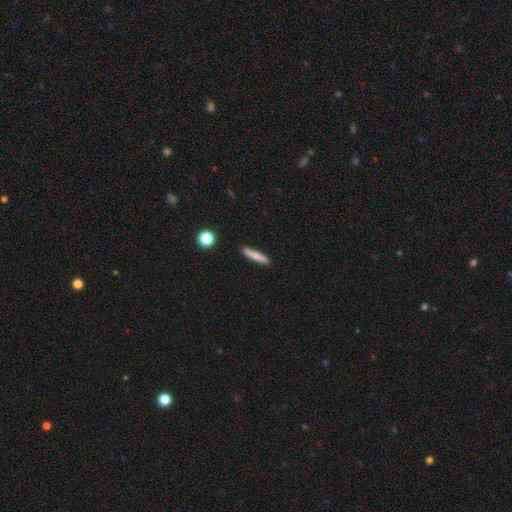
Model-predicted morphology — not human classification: Smooth or featured: smooth — 74% (featured or disk — 19%)
How rounded: cigar-shaped — 88% (in between — 10%)
Merging: none — 88% (minor disturbance — 8%)